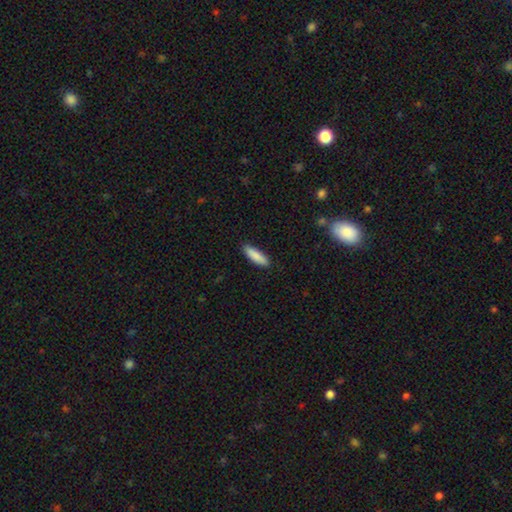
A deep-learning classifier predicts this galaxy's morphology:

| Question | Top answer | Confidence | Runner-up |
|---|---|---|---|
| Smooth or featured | smooth | 88% | featured or disk (7%) |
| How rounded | cigar-shaped | 61% | in between (37%) |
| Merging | none | 89% | minor disturbance (8%) |